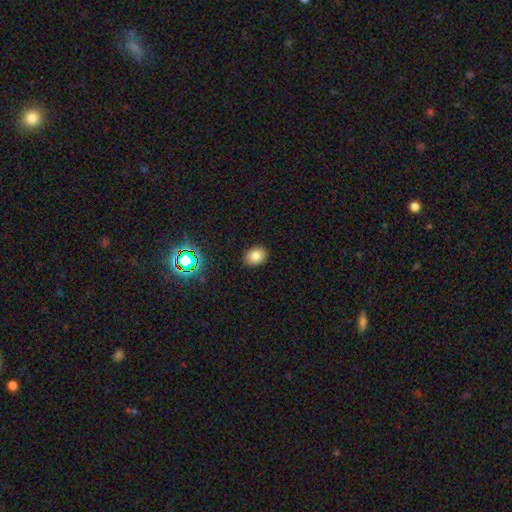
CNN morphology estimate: The model was most divided on "how rounded": in between: 59%, round: 40%, cigar-shaped: 1%. More confident: merging — none (90%); smooth or featured — smooth (80%).